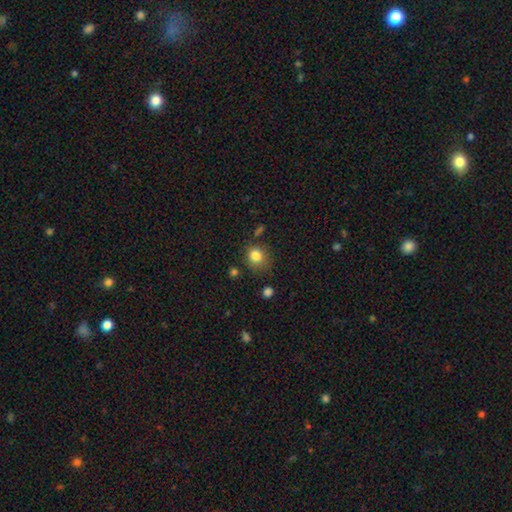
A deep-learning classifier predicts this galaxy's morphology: A smooth galaxy with no disk features (83%) that is round (73%).

Vote fractions:
- Smooth or featured? smooth: 83% / star or artifact: 11% / featured or disk: 6%
- How rounded? round: 73% / in between: 26% / cigar-shaped: 1%
- Merging? none: 68% / minor disturbance: 21% / major disturbance: 7% / merger: 5%